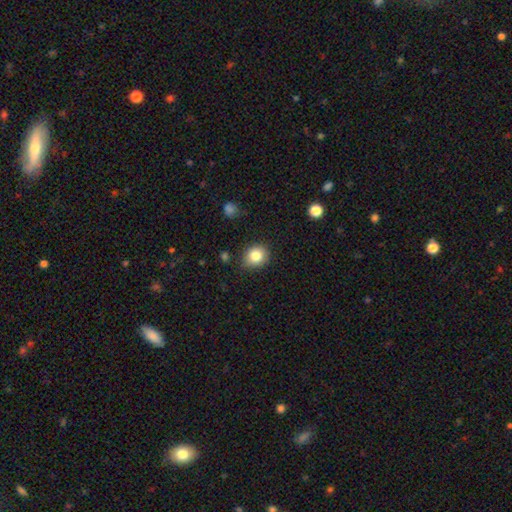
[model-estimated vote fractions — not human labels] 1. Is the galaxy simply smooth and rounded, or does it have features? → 83% smooth, 10% star or artifact, 7% featured or disk.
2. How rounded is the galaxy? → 70% round, 29% in between, 1% cigar-shaped.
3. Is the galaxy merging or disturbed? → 84% none, 12% minor disturbance, 2% major disturbance, 2% merger.